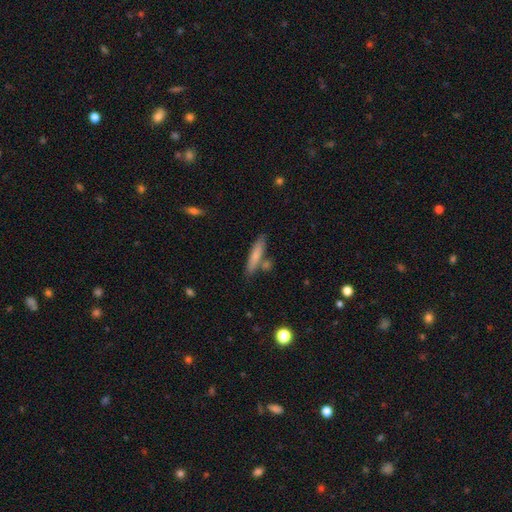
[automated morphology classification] This is likely a smooth galaxy (74%). How rounded: clearly cigar-shaped (87%). Merging: likely none (76%).